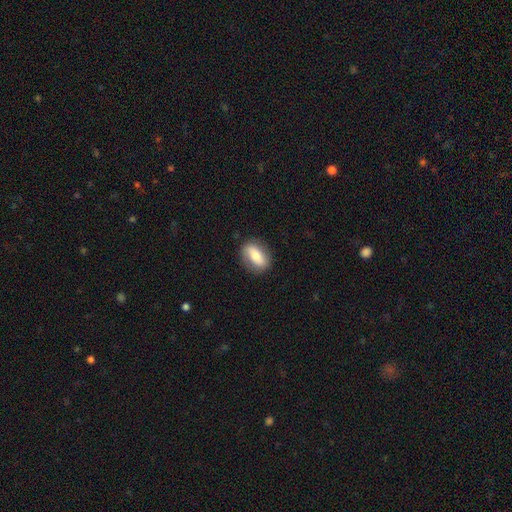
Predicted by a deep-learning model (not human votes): Smooth or featured? smooth (61%)
How rounded? in between (81%)
Merging? none (82%)